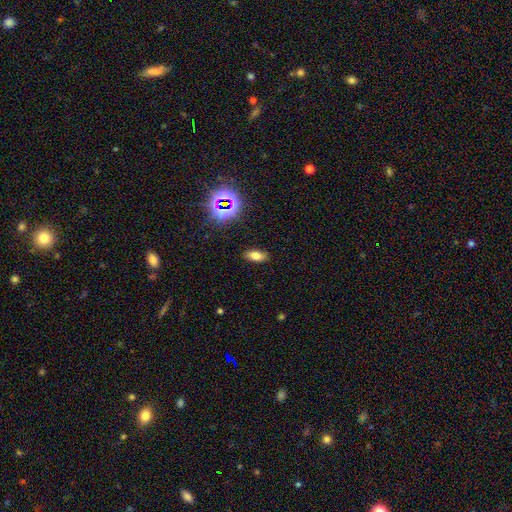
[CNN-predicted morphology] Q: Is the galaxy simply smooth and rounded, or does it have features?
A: smooth — 69%.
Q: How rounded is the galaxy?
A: in between — 84%.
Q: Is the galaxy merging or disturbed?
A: none — 87%.